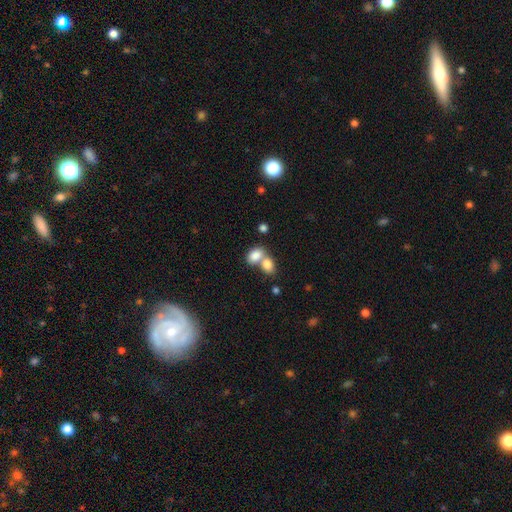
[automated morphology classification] Smooth or featured? smooth (82%)
How rounded? in between (79%)
Merging? merger (59%)